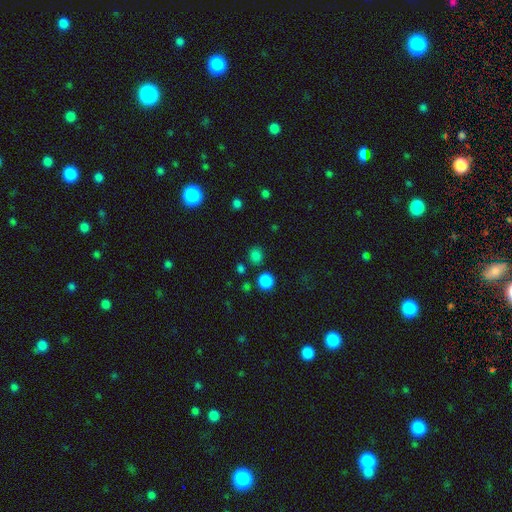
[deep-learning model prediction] smooth 80%, star or artifact 16%, featured or disk 4%. Down the decision tree: how rounded — round (84%); merging — none (83%).